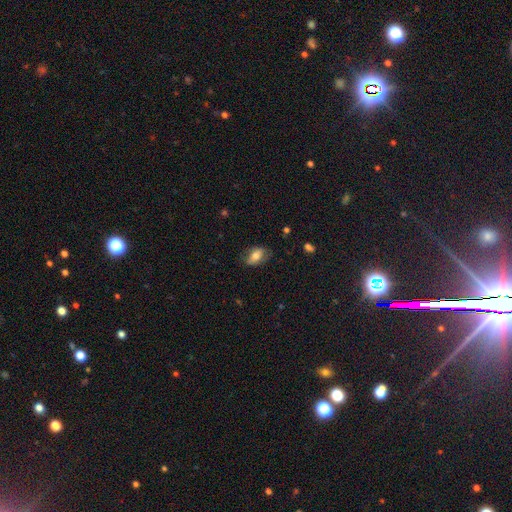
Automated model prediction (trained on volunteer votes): smooth_or_featured: smooth (p=0.65) [alt: featured or disk p=0.28]
how_rounded: in between (p=0.87) [alt: round p=0.09]
merging: none (p=0.72) [alt: minor disturbance p=0.20]